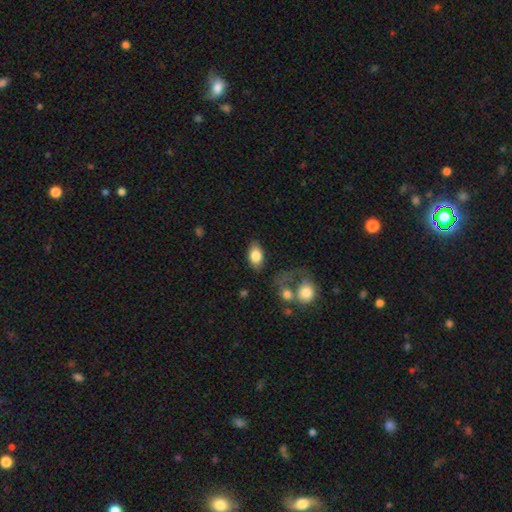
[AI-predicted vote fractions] A smooth galaxy with no disk features (81%) that is in between round and cigar-shaped (90%).

Vote fractions:
- Smooth or featured? smooth: 81% / featured or disk: 12% / star or artifact: 7%
- How rounded? in between: 90% / round: 8% / cigar-shaped: 2%
- Merging? none: 78% / minor disturbance: 12% / major disturbance: 5% / merger: 5%